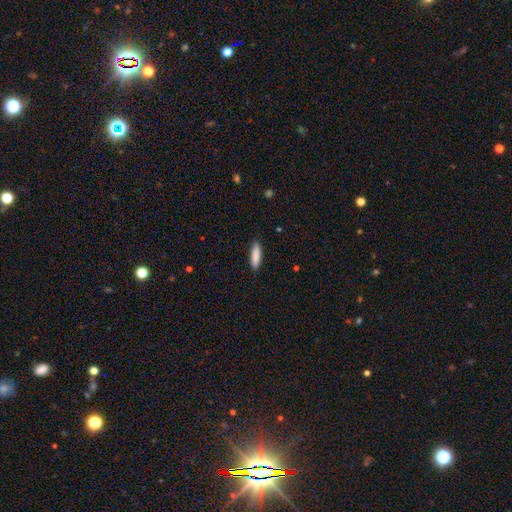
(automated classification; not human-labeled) smooth_or_featured: smooth (p=0.87) [alt: featured or disk p=0.07]
how_rounded: cigar-shaped (p=0.70) [alt: in between p=0.28]
merging: none (p=0.89) [alt: minor disturbance p=0.08]